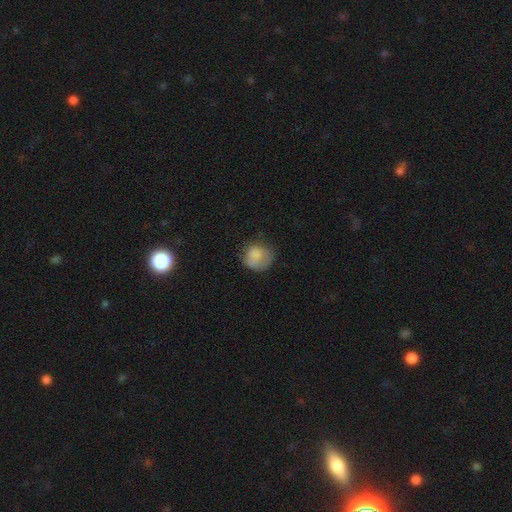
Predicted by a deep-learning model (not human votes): Morphology: type=smooth (82%); roundness=round (80%); merging=none (55%).